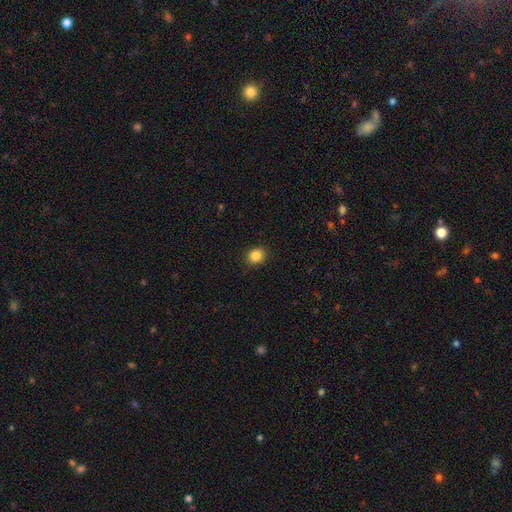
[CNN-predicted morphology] A smooth galaxy with no disk features (86%) that is round (62%).

Vote fractions:
- Smooth or featured? smooth: 86% / star or artifact: 10% / featured or disk: 4%
- How rounded? round: 62% / in between: 37% / cigar-shaped: 1%
- Merging? none: 90% / minor disturbance: 7% / major disturbance: 2% / merger: 1%